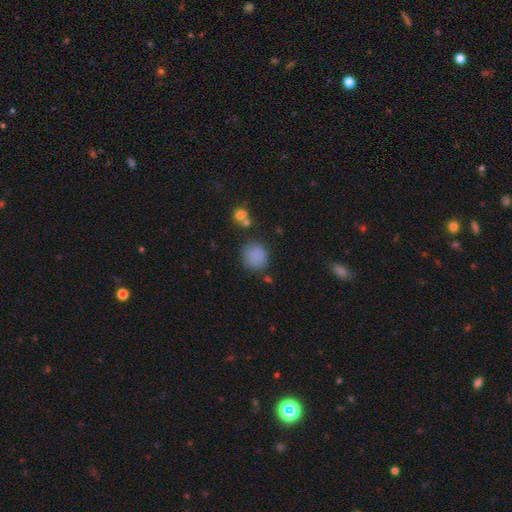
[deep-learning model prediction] smooth 83%, star or artifact 11%, featured or disk 6%. Down the decision tree: how rounded — round (84%); merging — none (75%).